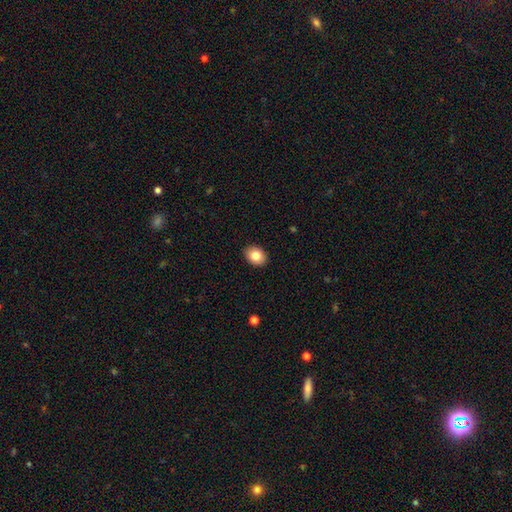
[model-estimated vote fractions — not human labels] A smooth galaxy with no disk features (83%) that is in between round and cigar-shaped (66%). Merging: none (90%).